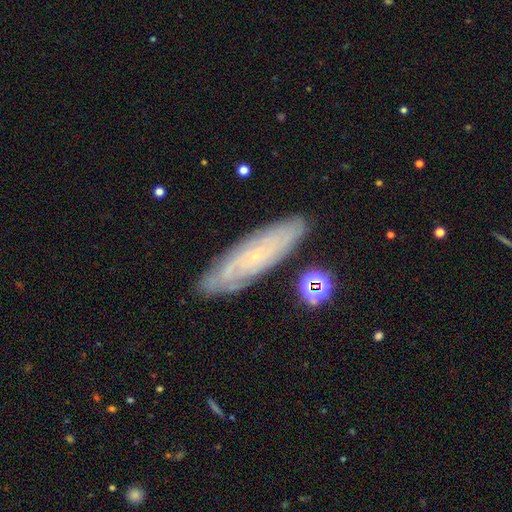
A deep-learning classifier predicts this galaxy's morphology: type=featured or disk (65%); edge-on=no (72%); merging=none (82%).